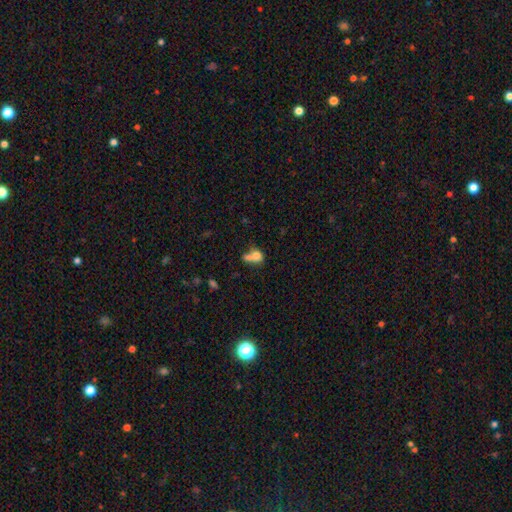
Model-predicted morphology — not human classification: The model was most divided on "how rounded": in between: 53%, round: 44%, cigar-shaped: 3%. More confident: smooth or featured — smooth (71%); merging — merger (51%).